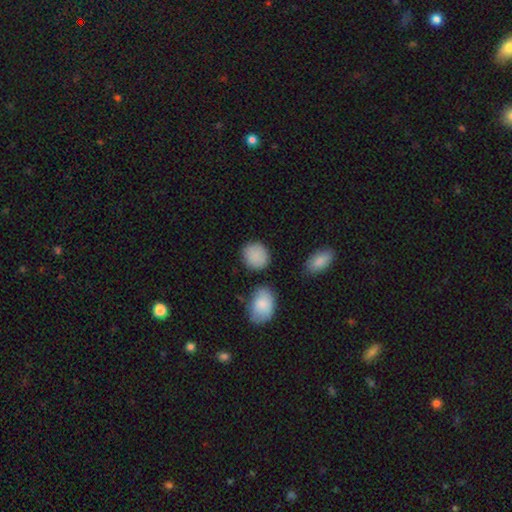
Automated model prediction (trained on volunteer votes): smooth 88%, star or artifact 7%, featured or disk 5%. Down the decision tree: how rounded — round (77%); merging — none (80%).